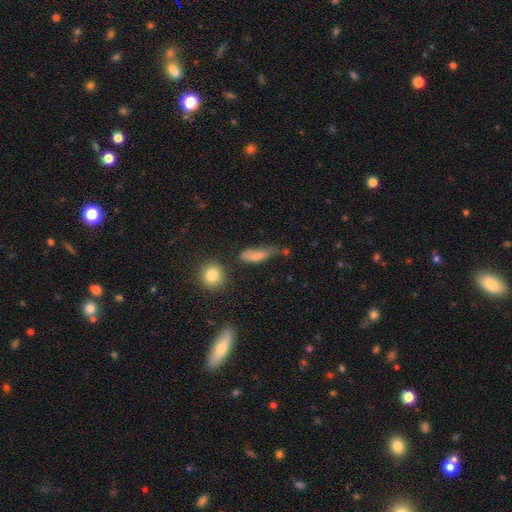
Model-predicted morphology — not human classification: Q: Smooth or featured?
A: smooth (73%); runner-up: featured or disk (17%)
Q: How rounded?
A: in between (60%); runner-up: cigar-shaped (34%)
Q: Merging?
A: none (37%); runner-up: minor disturbance (32%)